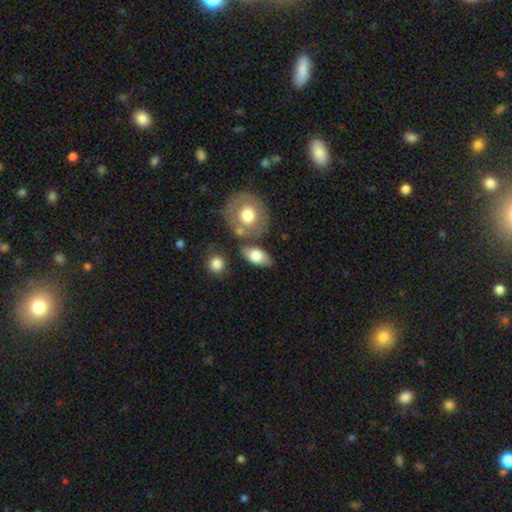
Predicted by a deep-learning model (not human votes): Overall: smooth (69%). How rounded: in between (83%). Merging: none (65%).